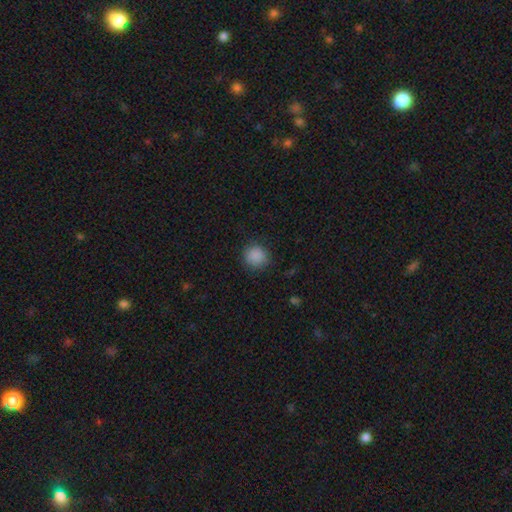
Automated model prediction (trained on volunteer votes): A smooth galaxy with no disk features (88%) that is round (91%). Merging: none (87%).